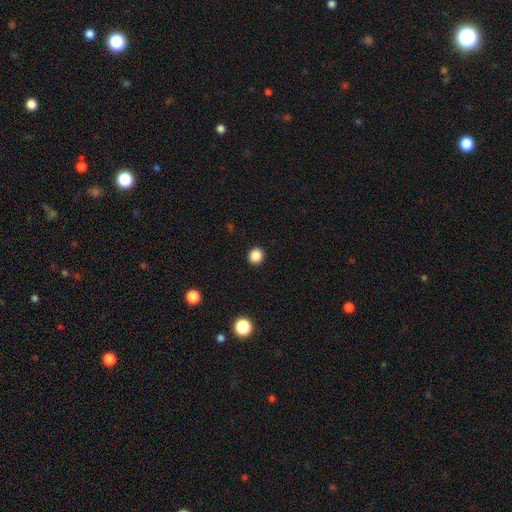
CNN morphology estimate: smooth-or-featured: smooth: 86% | star or artifact: 11% | featured or disk: 3%
  how-rounded: round: 89% | in between: 10% | cigar-shaped: 1%
  merging: none: 93% | minor disturbance: 5% | major disturbance: 2% | merger: 1%